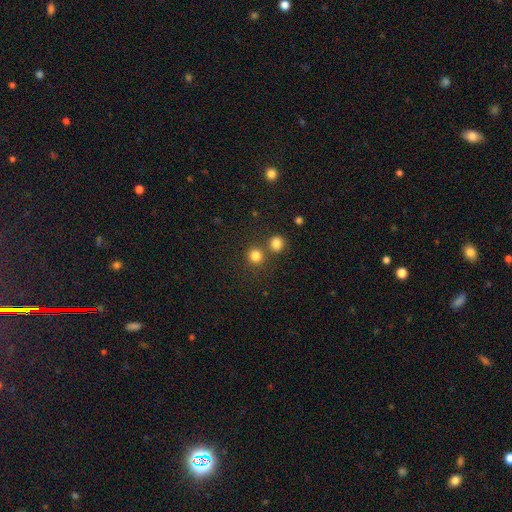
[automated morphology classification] A smooth galaxy with no disk features (81%) that is round (91%).

Vote fractions:
- Smooth or featured? smooth: 81% / star or artifact: 14% / featured or disk: 5%
- How rounded? round: 91% / in between: 8% / cigar-shaped: 1%
- Merging? none: 70% / merger: 20% / minor disturbance: 6% / major disturbance: 3%